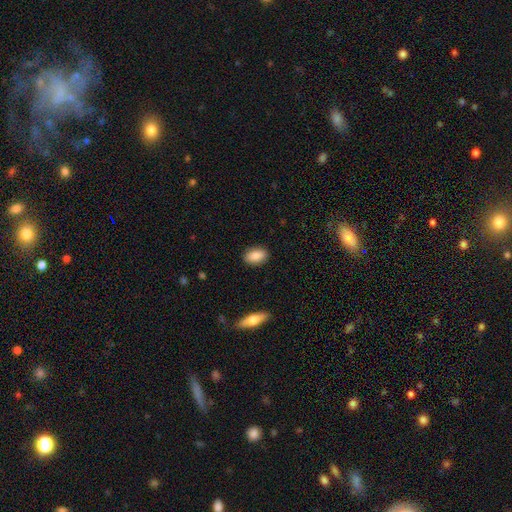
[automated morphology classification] smooth_or_featured: smooth (p=0.85) [alt: featured or disk p=0.08]
how_rounded: in between (p=0.88) [alt: round p=0.10]
merging: none (p=0.88) [alt: minor disturbance p=0.08]